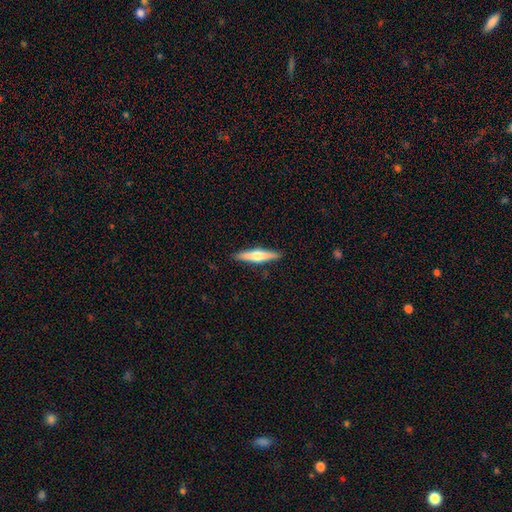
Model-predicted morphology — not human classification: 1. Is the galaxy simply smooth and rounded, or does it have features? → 52% featured or disk, 43% smooth, 5% star or artifact.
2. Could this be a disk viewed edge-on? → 96% yes, 4% no.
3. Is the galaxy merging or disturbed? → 90% none, 7% minor disturbance, 2% major disturbance, 1% merger.